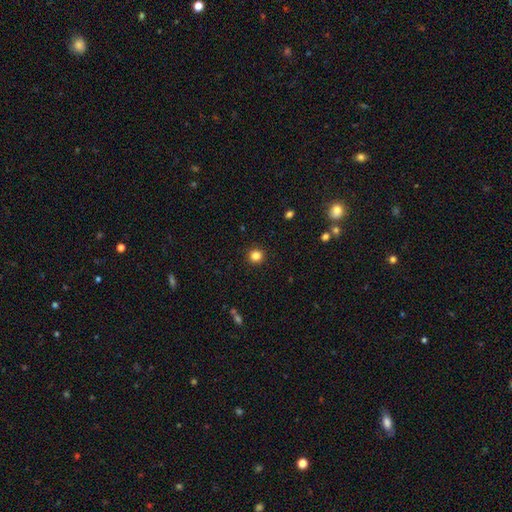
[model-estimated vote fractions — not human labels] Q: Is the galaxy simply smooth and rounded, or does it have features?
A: smooth — 83%.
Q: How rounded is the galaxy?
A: round — 94%.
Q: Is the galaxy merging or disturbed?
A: none — 93%.